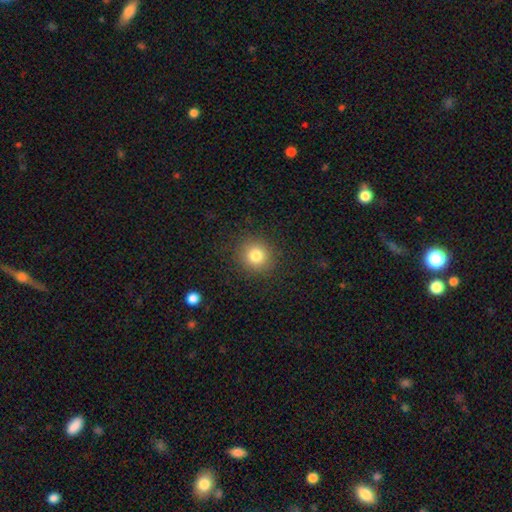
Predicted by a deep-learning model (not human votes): Morphology: type=smooth (80%); roundness=round (91%); merging=none (89%).